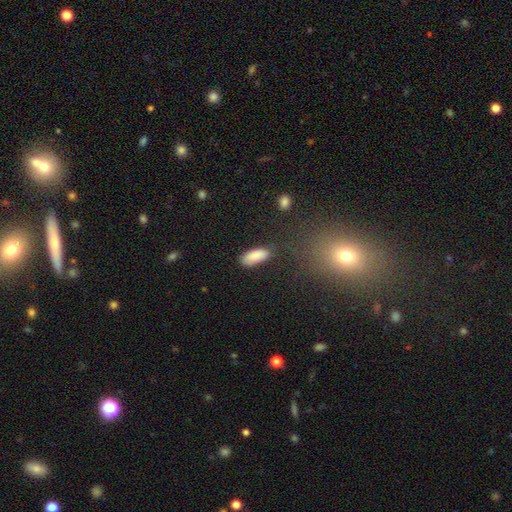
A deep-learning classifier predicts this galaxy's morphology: Q: Smooth or featured?
A: smooth (88%); runner-up: star or artifact (6%)
Q: How rounded?
A: in between (77%); runner-up: cigar-shaped (21%)
Q: Merging?
A: none (79%); runner-up: minor disturbance (15%)